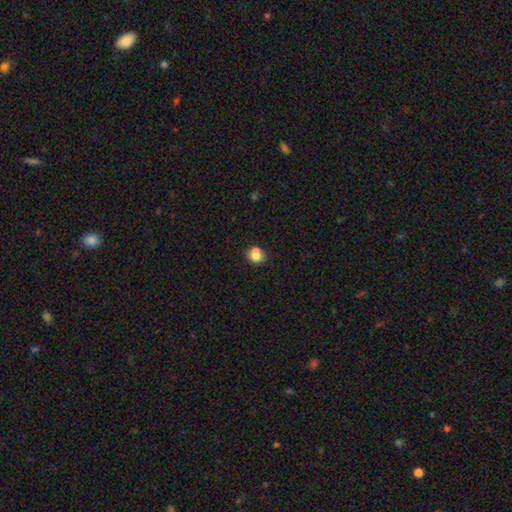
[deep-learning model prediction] smooth_or_featured: smooth (p=0.77) [alt: featured or disk p=0.12]
how_rounded: round (p=0.69) [alt: in between p=0.30]
merging: none (p=0.53) [alt: merger p=0.27]